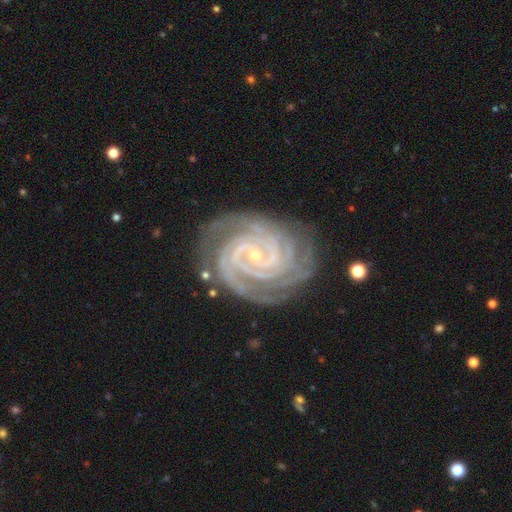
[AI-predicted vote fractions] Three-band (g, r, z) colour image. It shows a featured or disk galaxy (92%) with no bar (41%), 3 (25%, tied with 2) tight (83%) spiral arms (99%) and a small central bulge (85%). Merging: none (79%).